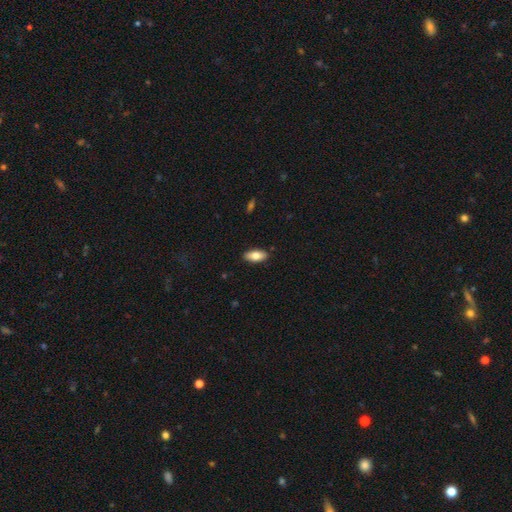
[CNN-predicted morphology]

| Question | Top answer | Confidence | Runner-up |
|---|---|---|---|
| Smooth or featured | smooth | 78% | featured or disk (16%) |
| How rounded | in between | 87% | cigar-shaped (11%) |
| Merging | none | 89% | minor disturbance (9%) |